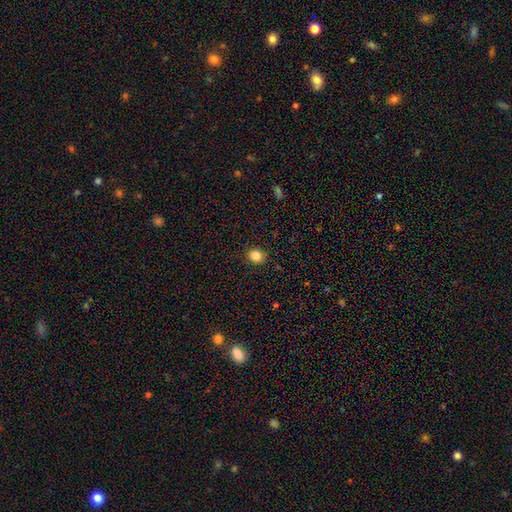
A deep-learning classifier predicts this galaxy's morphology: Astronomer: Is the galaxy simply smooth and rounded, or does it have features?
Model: smooth — 84%.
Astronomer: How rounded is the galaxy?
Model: round — 77%.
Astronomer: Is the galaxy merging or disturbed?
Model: none — 90%.